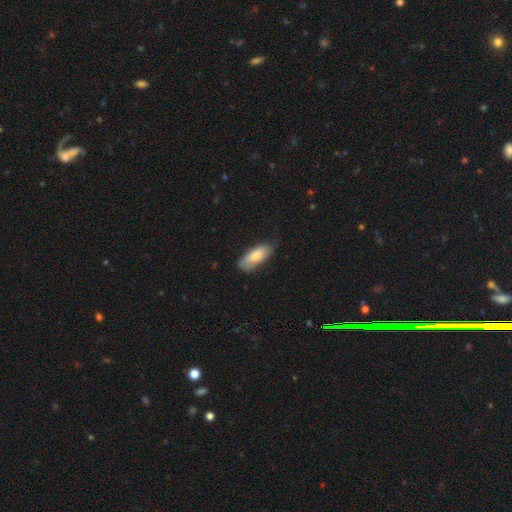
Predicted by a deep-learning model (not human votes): Q: Smooth or featured?
A: smooth (77%); runner-up: featured or disk (17%)
Q: How rounded?
A: in between (77%); runner-up: cigar-shaped (21%)
Q: Merging?
A: none (65%); runner-up: minor disturbance (28%)